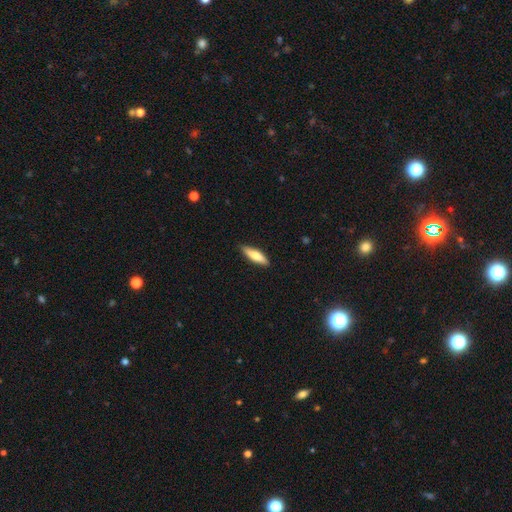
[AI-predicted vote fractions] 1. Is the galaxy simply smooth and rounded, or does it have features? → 70% smooth, 24% featured or disk, 5% star or artifact.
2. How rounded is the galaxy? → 66% cigar-shaped, 32% in between, 2% round.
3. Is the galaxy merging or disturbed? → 88% none, 10% minor disturbance, 2% major disturbance, 1% merger.